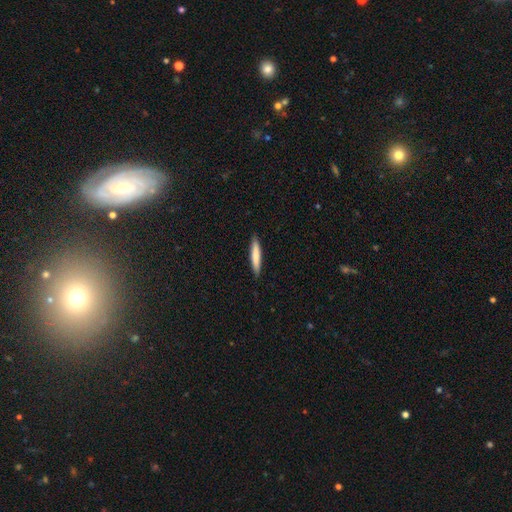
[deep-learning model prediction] Overall: smooth (78%). How rounded: cigar-shaped (91%). Merging: none (89%).